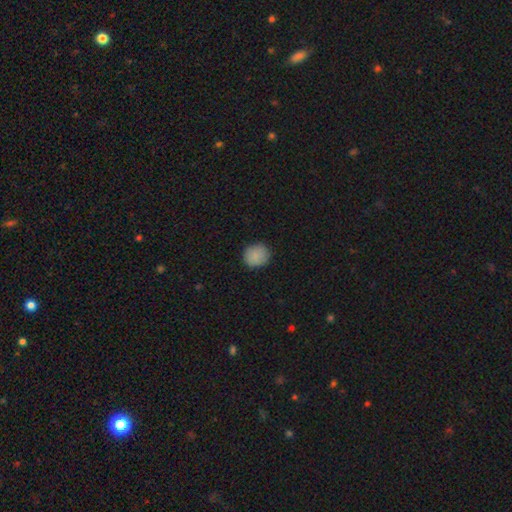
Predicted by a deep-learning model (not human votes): A smooth galaxy with no disk features (86%) that is round (84%).

Vote fractions:
- Smooth or featured? smooth: 86% / star or artifact: 9% / featured or disk: 5%
- How rounded? round: 84% / in between: 15% / cigar-shaped: 1%
- Merging? none: 87% / minor disturbance: 10% / major disturbance: 2% / merger: 1%